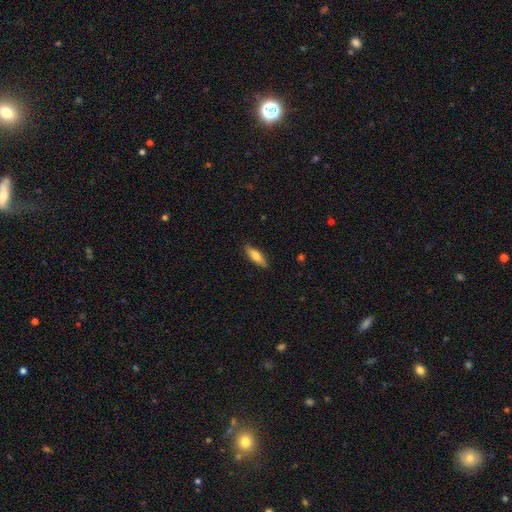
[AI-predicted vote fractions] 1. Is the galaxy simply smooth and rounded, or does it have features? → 70% smooth, 24% featured or disk, 6% star or artifact.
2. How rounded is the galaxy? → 50% in between, 48% cigar-shaped, 2% round.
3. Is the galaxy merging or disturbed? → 85% none, 12% minor disturbance, 2% major disturbance, 1% merger.